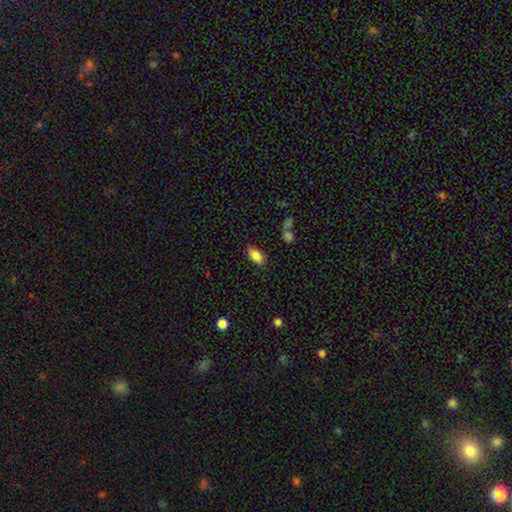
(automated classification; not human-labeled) smooth 87%, star or artifact 8%, featured or disk 5%. Down the decision tree: how rounded — in between (92%); merging — none (83%).